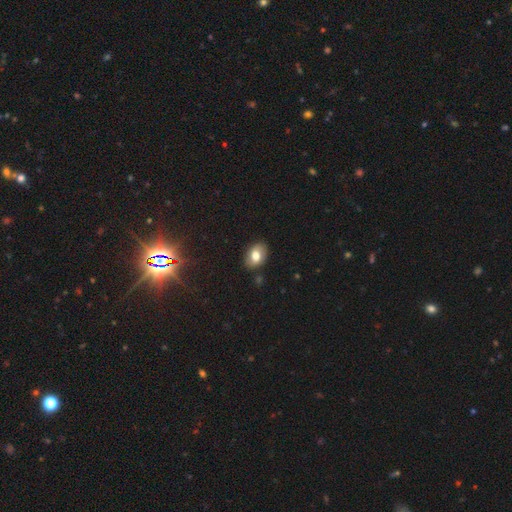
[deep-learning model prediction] A smooth galaxy with no disk features (72%) that is in between round and cigar-shaped (82%).

Vote fractions:
- Smooth or featured? smooth: 72% / featured or disk: 19% / star or artifact: 9%
- How rounded? in between: 82% / round: 17% / cigar-shaped: 1%
- Merging? none: 84% / minor disturbance: 12% / major disturbance: 2% / merger: 2%